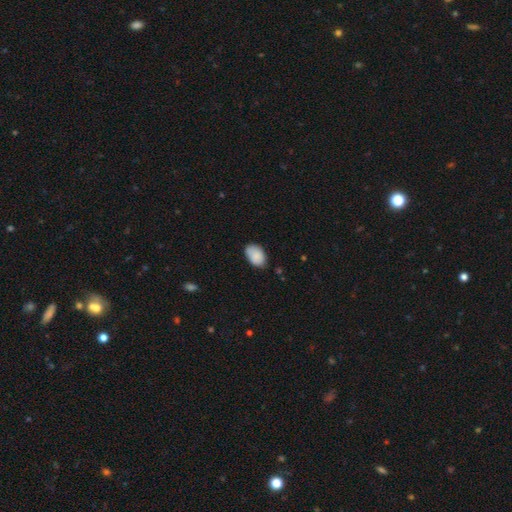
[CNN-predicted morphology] smooth-or-featured: smooth: 88% | star or artifact: 7% | featured or disk: 5%
  how-rounded: in between: 88% | round: 11% | cigar-shaped: 1%
  merging: none: 75% | minor disturbance: 20% | major disturbance: 3% | merger: 2%